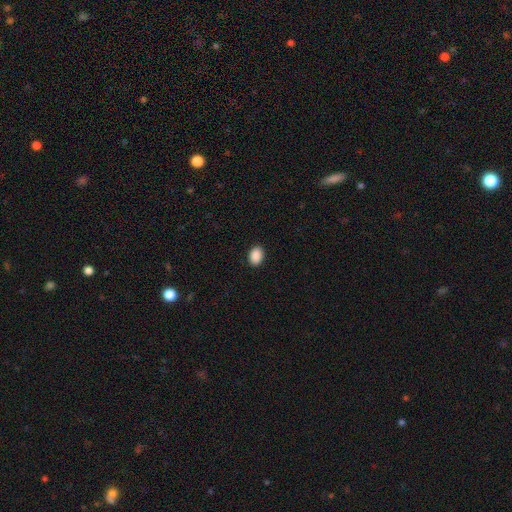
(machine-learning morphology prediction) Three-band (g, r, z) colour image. It shows a smooth galaxy with no disk features (90%) that is in between round and cigar-shaped (79%). Merging: none (91%).